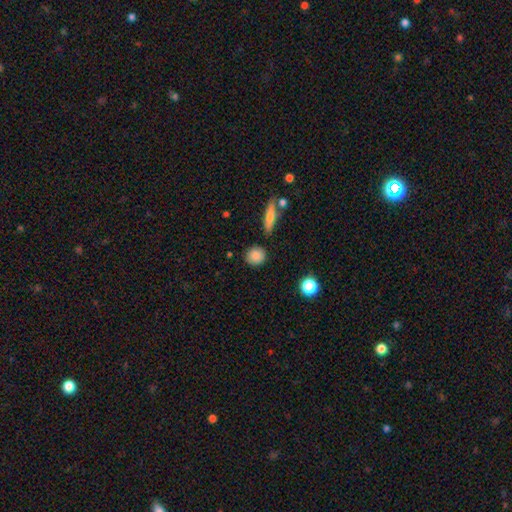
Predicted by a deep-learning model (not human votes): Q: Smooth or featured?
A: smooth (85%); runner-up: star or artifact (8%)
Q: How rounded?
A: round (83%); runner-up: in between (14%)
Q: Merging?
A: none (85%); runner-up: minor disturbance (9%)